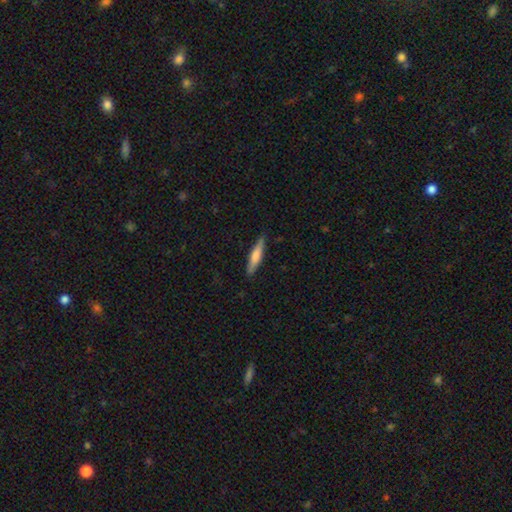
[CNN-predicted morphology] A smooth galaxy with no disk features (65%) that is cigar-shaped (86%). Merging: none (87%).